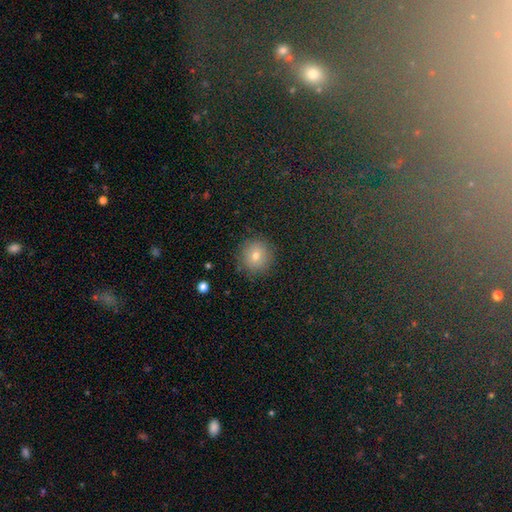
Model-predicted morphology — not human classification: smooth 73%, star or artifact 15%, featured or disk 12%. Down the decision tree: how rounded — round (94%); merging — none (88%).